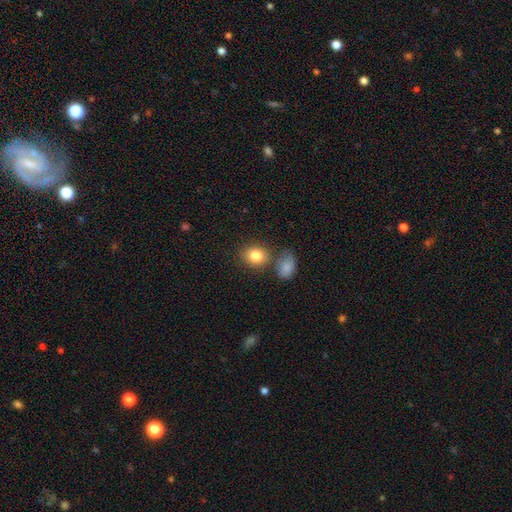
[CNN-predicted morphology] A smooth galaxy with no disk features (84%) that is round (59%). Merging: none (67%).